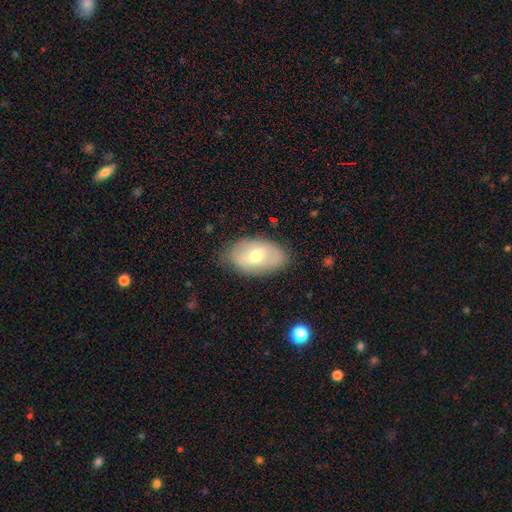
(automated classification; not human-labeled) smooth_or_featured: smooth (p=0.52) [alt: featured or disk p=0.40]
how_rounded: in between (p=0.91) [alt: round p=0.08]
merging: none (p=0.79) [alt: minor disturbance p=0.16]